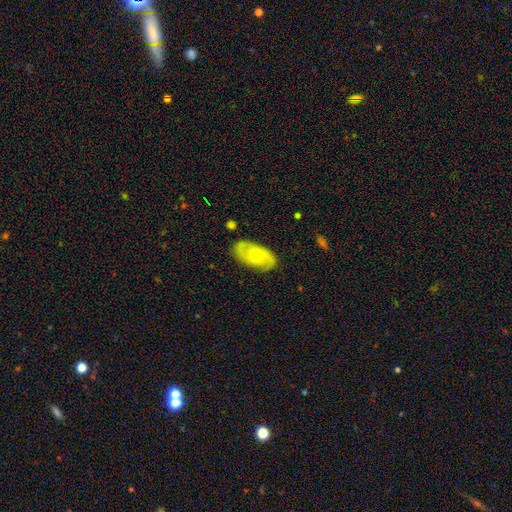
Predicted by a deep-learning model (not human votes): smooth_or_featured: featured or disk (p=0.66) [alt: smooth p=0.28]
disk_edge_on: no (p=0.93) [alt: yes p=0.07]
bar: no (p=0.59) [alt: weak p=0.35]
has_spiral_arms: yes (p=0.84) [alt: no p=0.16]
spiral_winding: medium (p=0.47) [alt: tight p=0.30]
spiral_arm_count: 2 (p=0.82) [alt: can't tell p=0.12]
bulge_size: moderate (p=0.49) [alt: small p=0.46]
merging: none (p=0.81) [alt: minor disturbance p=0.14]